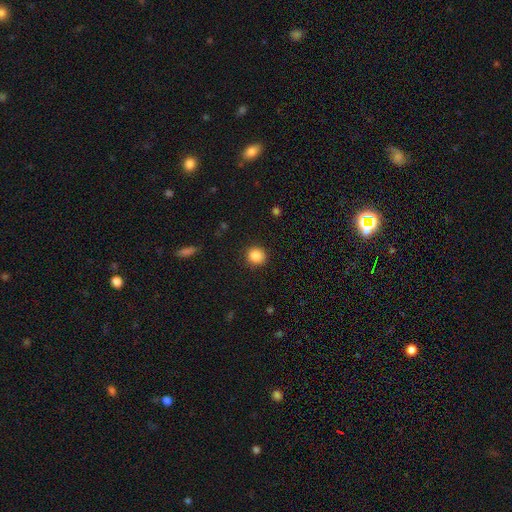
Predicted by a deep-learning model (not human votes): Smooth or featured? Predicted: smooth (p=0.88). How rounded? Predicted: round (p=0.88). Merging? Predicted: none (p=0.90).